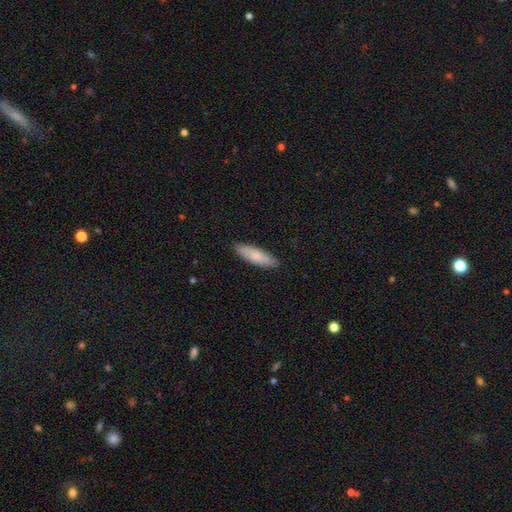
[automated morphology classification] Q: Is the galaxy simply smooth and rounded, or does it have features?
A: smooth — 80%.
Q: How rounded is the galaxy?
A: cigar-shaped — 55%.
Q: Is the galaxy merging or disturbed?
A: none — 88%.